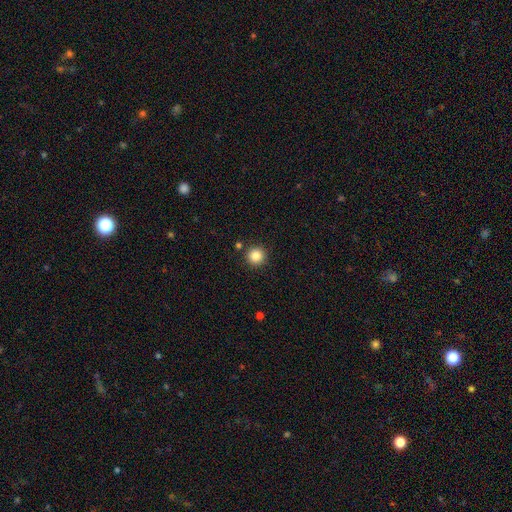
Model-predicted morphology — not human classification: This is clearly a smooth galaxy (85%). How rounded: clearly round (96%). Merging: clearly none (89%).